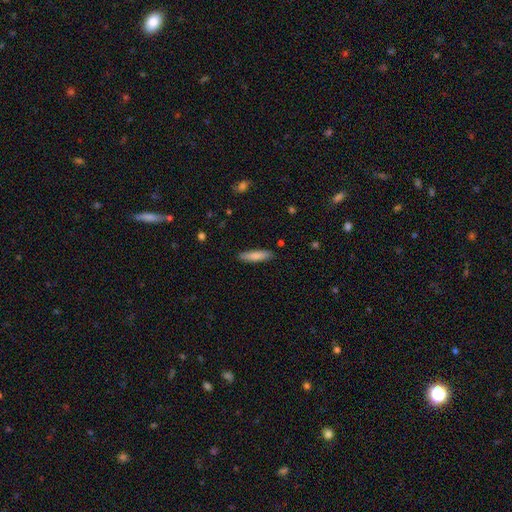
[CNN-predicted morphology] Smooth or featured? smooth (83%)
How rounded? cigar-shaped (75%)
Merging? none (87%)